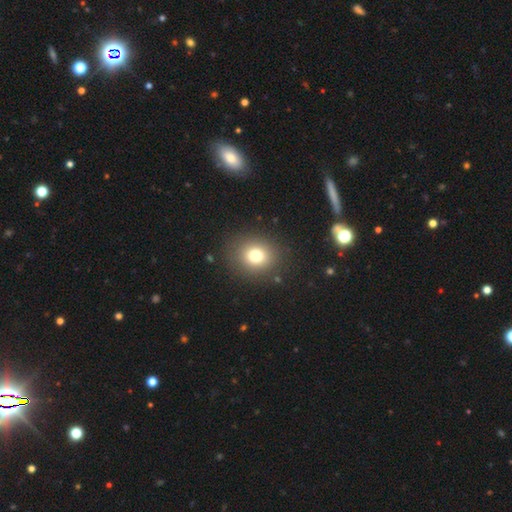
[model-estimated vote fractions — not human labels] Smooth or featured?
  - smooth: 76% *
  - star or artifact: 14%
  - featured or disk: 10%
How rounded?
  - round: 76% *
  - in between: 23%
  - cigar-shaped: 1%
Merging?
  - none: 88% *
  - minor disturbance: 7%
  - major disturbance: 3%
  - merger: 1%